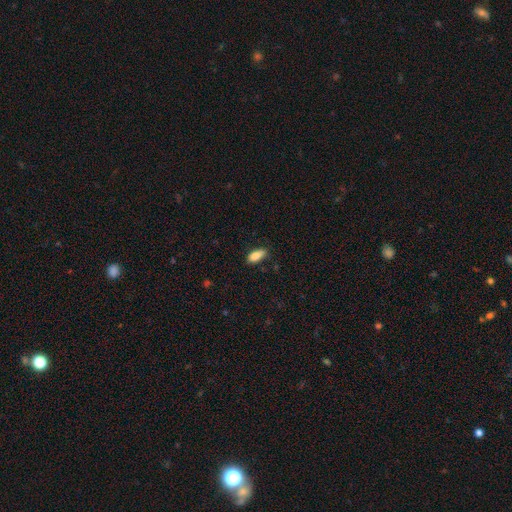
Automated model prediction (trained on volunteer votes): Smooth or featured? Predicted: smooth (p=0.84). How rounded? Predicted: in between (p=0.83). Merging? Predicted: none (p=0.78).